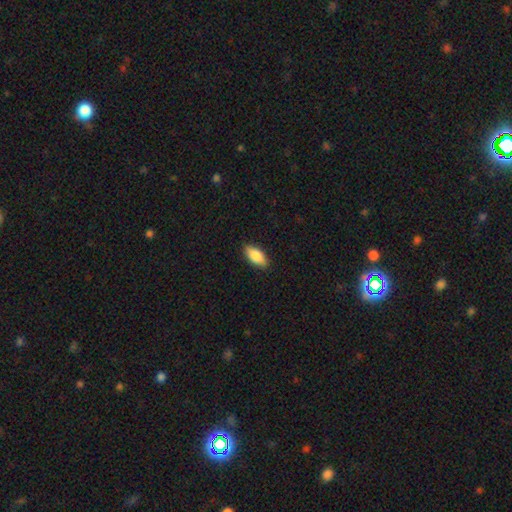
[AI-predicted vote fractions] smooth 86%, featured or disk 8%, star or artifact 6%. Down the decision tree: how rounded — in between (89%); merging — none (89%).